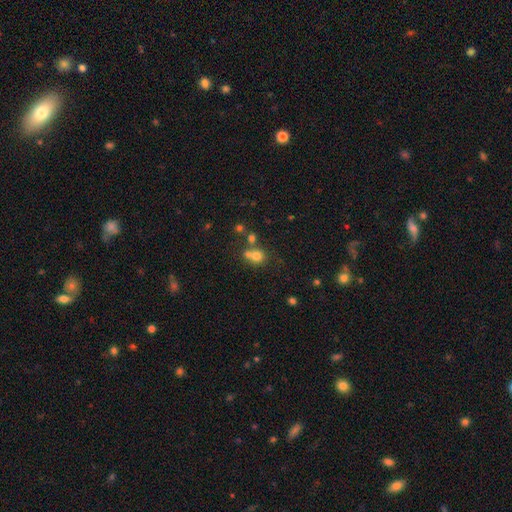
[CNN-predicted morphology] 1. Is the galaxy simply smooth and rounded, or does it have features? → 70% smooth, 16% star or artifact, 14% featured or disk.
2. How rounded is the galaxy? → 78% round, 21% in between, 1% cigar-shaped.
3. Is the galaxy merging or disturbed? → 45% none, 42% merger, 9% minor disturbance, 4% major disturbance.